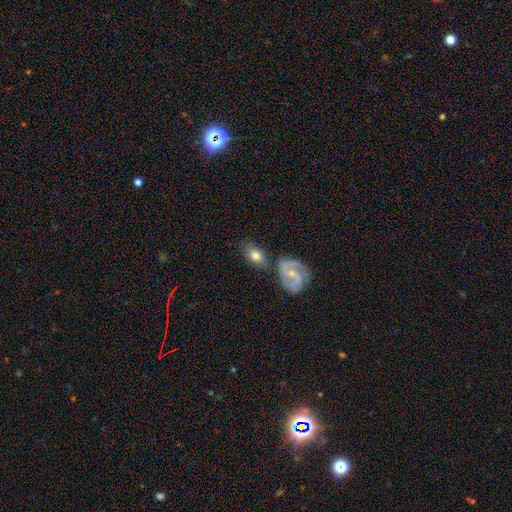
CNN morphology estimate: Smooth or featured?
  - smooth: 60% *
  - featured or disk: 34%
  - star or artifact: 6%
How rounded?
  - in between: 79% *
  - round: 19%
  - cigar-shaped: 2%
Merging?
  - none: 64% *
  - minor disturbance: 16%
  - merger: 15%
  - major disturbance: 5%